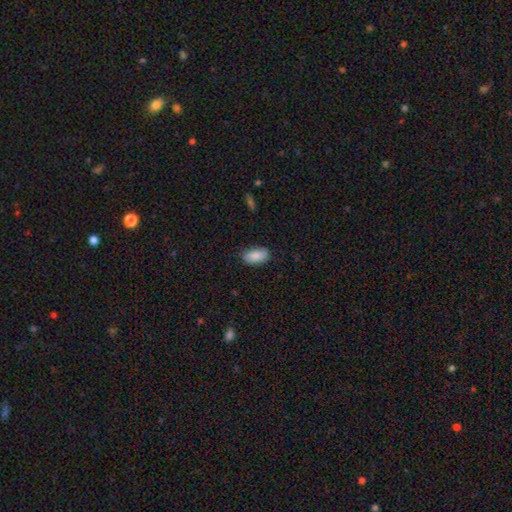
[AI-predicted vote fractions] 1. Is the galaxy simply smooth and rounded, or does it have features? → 85% smooth, 8% featured or disk, 6% star or artifact.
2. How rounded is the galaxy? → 94% in between, 4% round, 2% cigar-shaped.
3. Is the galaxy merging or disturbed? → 80% none, 16% minor disturbance, 3% major disturbance, 1% merger.